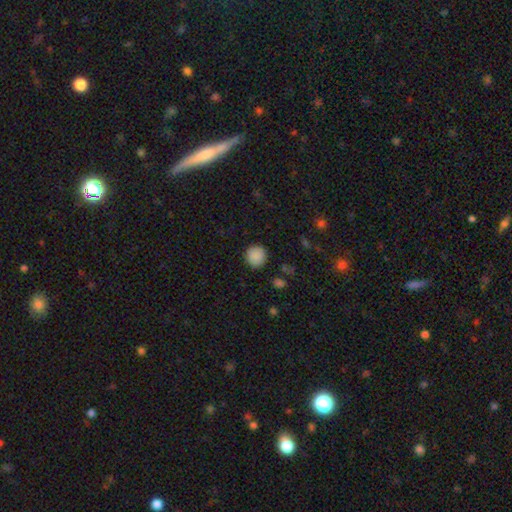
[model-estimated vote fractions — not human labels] The model was most divided on "smooth or featured": smooth: 88%, star or artifact: 9%, featured or disk: 3%. More confident: how rounded — round (92%); merging — none (89%).